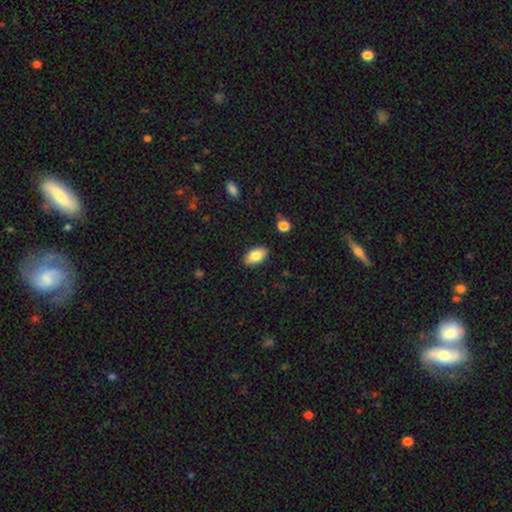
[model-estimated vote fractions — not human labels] smooth_or_featured: smooth (p=0.83) [alt: featured or disk p=0.10]
how_rounded: in between (p=0.93) [alt: round p=0.04]
merging: none (p=0.88) [alt: minor disturbance p=0.08]